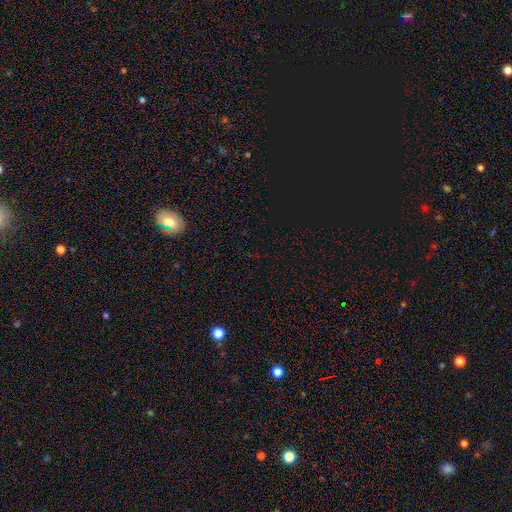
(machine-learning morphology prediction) smooth_or_featured: star or artifact (p=0.76) [alt: smooth p=0.17]